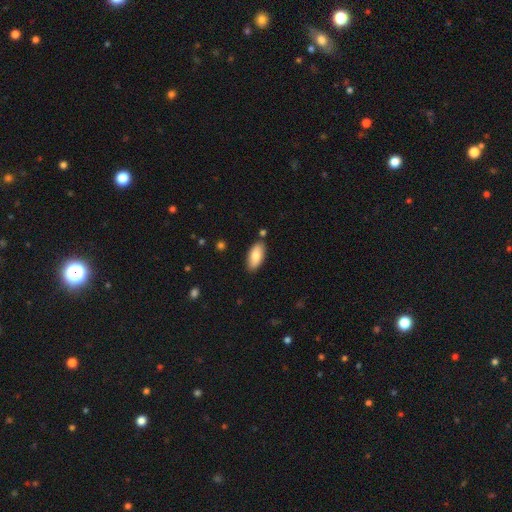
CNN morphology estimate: The model was most divided on "smooth or featured": smooth: 83%, featured or disk: 11%, star or artifact: 6%. More confident: how rounded — in between (89%); merging — none (84%).